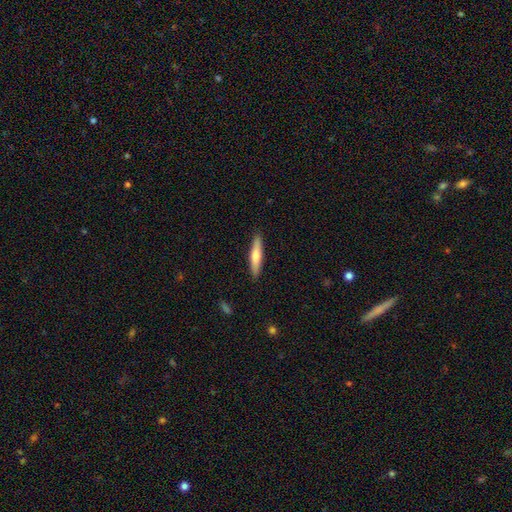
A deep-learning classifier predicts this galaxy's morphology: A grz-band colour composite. It shows a smooth galaxy with no disk features (59%) that is cigar-shaped (87%). Merging: none (90%).